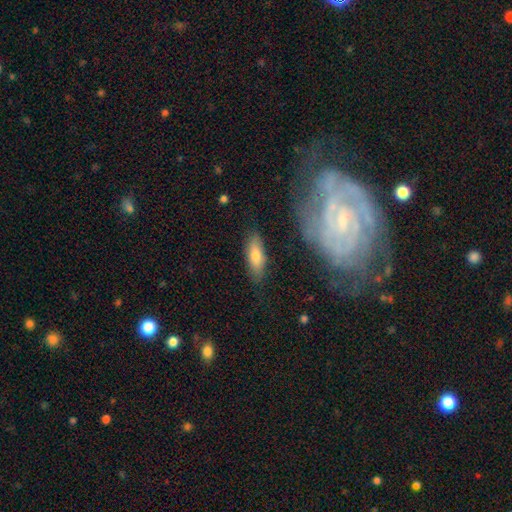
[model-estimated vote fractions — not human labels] Q: Smooth or featured?
A: smooth (71%); runner-up: featured or disk (22%)
Q: How rounded?
A: in between (61%); runner-up: cigar-shaped (37%)
Q: Merging?
A: none (82%); runner-up: minor disturbance (12%)